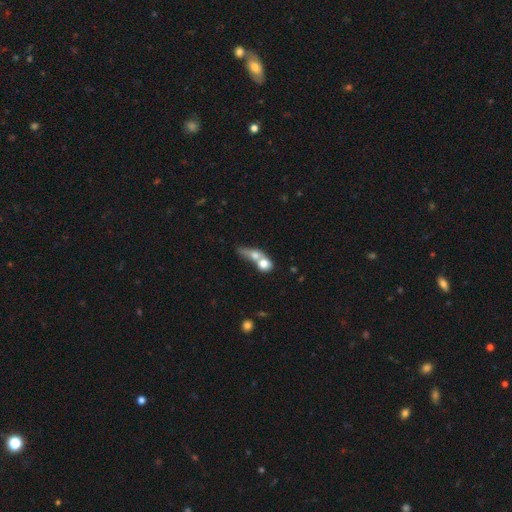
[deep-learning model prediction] This appears to be a smooth galaxy with no disk features (62%) that is round (42%). Merging: merger (63%).